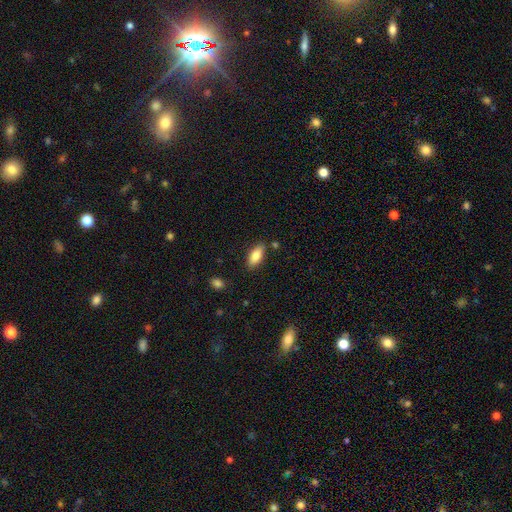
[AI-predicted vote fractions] smooth_or_featured: smooth (p=0.84) [alt: featured or disk p=0.09]
how_rounded: in between (p=0.87) [alt: cigar-shaped p=0.11]
merging: none (p=0.80) [alt: minor disturbance p=0.14]